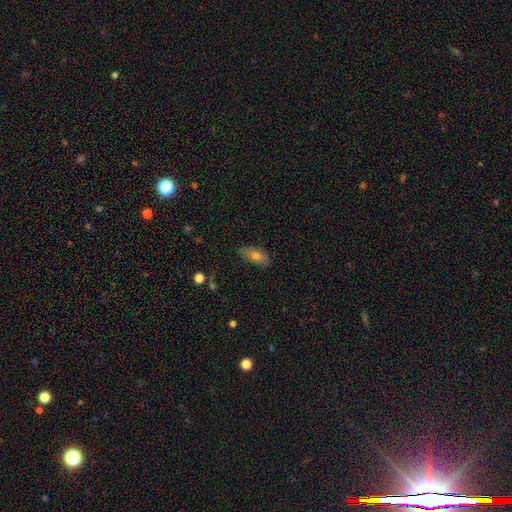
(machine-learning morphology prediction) Smooth or featured? Predicted: smooth (p=0.66). How rounded? Predicted: in between (p=0.81). Merging? Predicted: none (p=0.83).